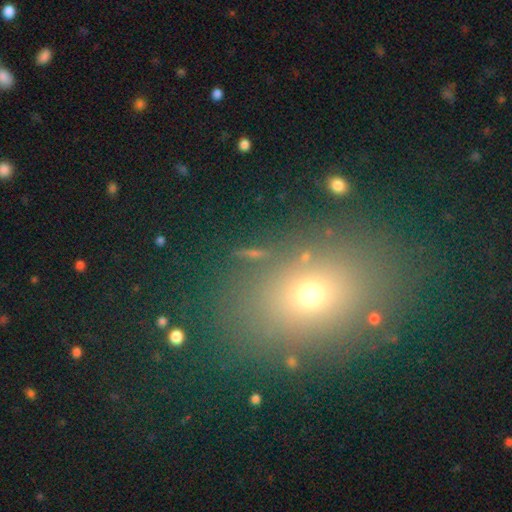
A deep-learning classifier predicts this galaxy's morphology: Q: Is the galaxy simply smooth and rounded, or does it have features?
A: smooth — 59%.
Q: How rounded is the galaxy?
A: in between — 59%.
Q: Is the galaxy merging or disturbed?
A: none — 81%.